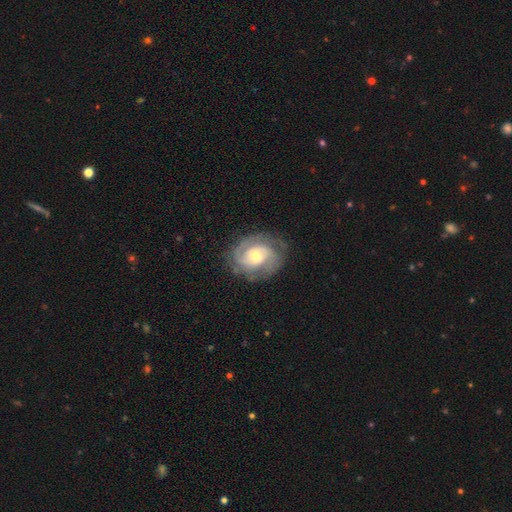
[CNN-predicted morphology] smooth_or_featured: featured or disk (p=0.84) [alt: smooth p=0.11]
disk_edge_on: no (p=0.97) [alt: yes p=0.03]
bar: no (p=0.61) [alt: weak p=0.31]
has_spiral_arms: yes (p=0.95) [alt: no p=0.05]
spiral_winding: tight (p=0.59) [alt: medium p=0.33]
spiral_arm_count: 2 (p=0.56) [alt: can't tell p=0.18]
bulge_size: moderate (p=0.59) [alt: small p=0.29]
merging: none (p=0.76) [alt: minor disturbance p=0.16]